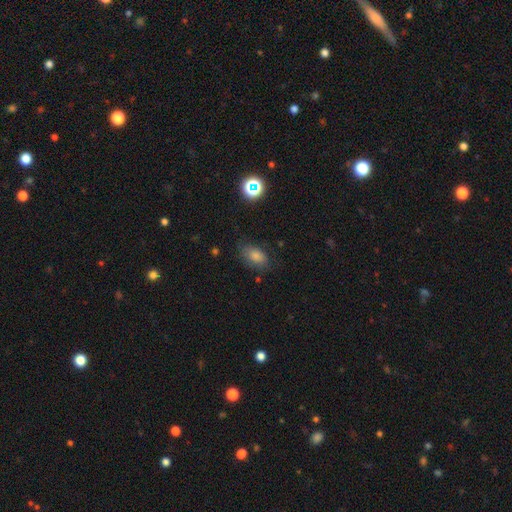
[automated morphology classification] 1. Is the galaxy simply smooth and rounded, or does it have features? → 71% smooth, 18% star or artifact, 11% featured or disk.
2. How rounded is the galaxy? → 84% in between, 14% round, 2% cigar-shaped.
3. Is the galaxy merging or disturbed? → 75% none, 18% minor disturbance, 5% major disturbance, 2% merger.